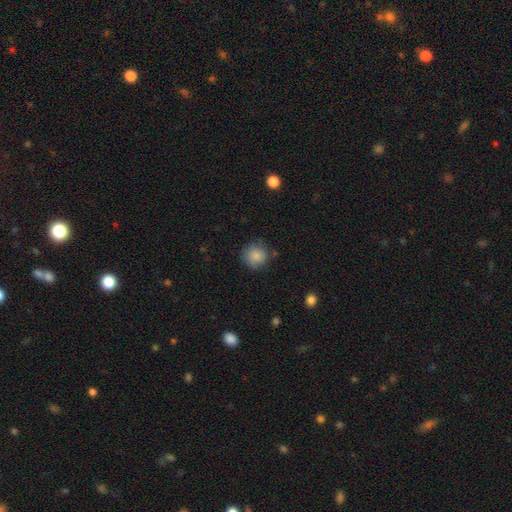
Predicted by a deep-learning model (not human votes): Q: Smooth or featured?
A: smooth (83%); runner-up: featured or disk (9%)
Q: How rounded?
A: round (91%); runner-up: in between (8%)
Q: Merging?
A: none (76%); runner-up: minor disturbance (17%)